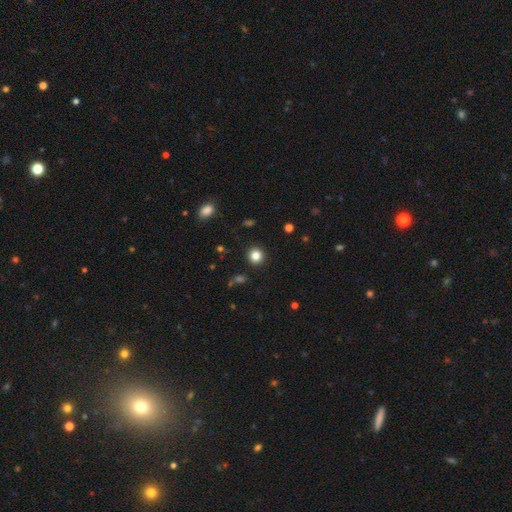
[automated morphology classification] Q: Smooth or featured?
A: smooth (83%); runner-up: star or artifact (12%)
Q: How rounded?
A: round (92%); runner-up: in between (7%)
Q: Merging?
A: none (92%); runner-up: minor disturbance (5%)